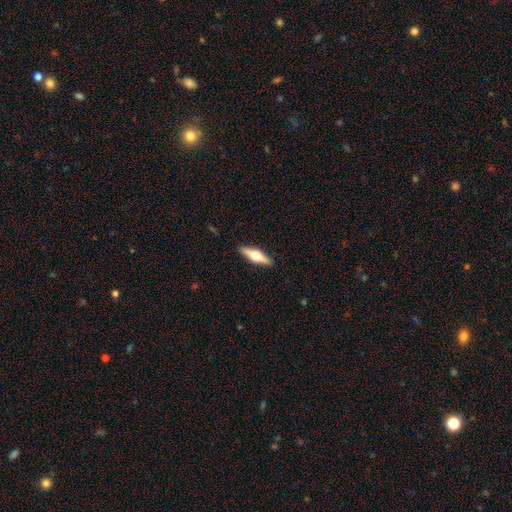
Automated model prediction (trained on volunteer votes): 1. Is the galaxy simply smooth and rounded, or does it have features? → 59% featured or disk, 36% smooth, 5% star or artifact.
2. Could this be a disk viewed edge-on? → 96% yes, 4% no.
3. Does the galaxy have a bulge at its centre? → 95% rounded, 3% boxy, 2% none.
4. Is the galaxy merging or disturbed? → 91% none, 7% minor disturbance, 2% major disturbance, 1% merger.